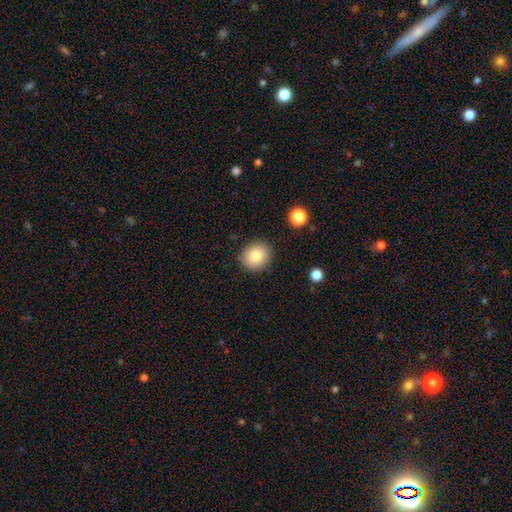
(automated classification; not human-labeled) This is clearly a smooth galaxy (82%). How rounded: likely round (80%). Merging: clearly none (89%).